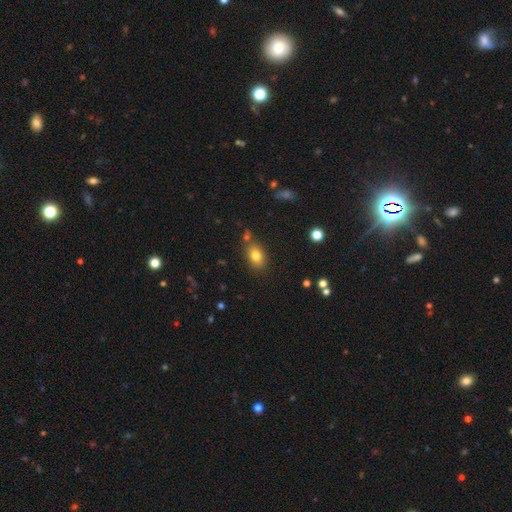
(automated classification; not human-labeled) smooth-or-featured: smooth: 80% | star or artifact: 11% | featured or disk: 9%
  how-rounded: in between: 77% | round: 21% | cigar-shaped: 2%
  merging: none: 75% | minor disturbance: 13% | merger: 9% | major disturbance: 3%